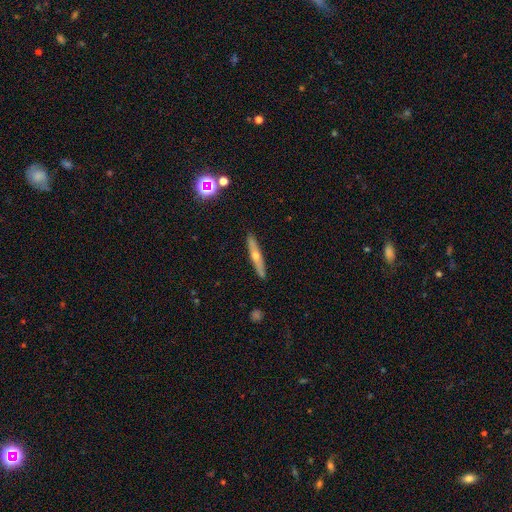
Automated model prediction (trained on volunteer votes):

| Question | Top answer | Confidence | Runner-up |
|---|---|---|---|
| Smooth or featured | featured or disk | 58% | smooth (33%) |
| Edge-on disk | yes | 92% | no (8%) |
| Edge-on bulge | rounded | 85% | none (12%) |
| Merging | none | 90% | minor disturbance (7%) |